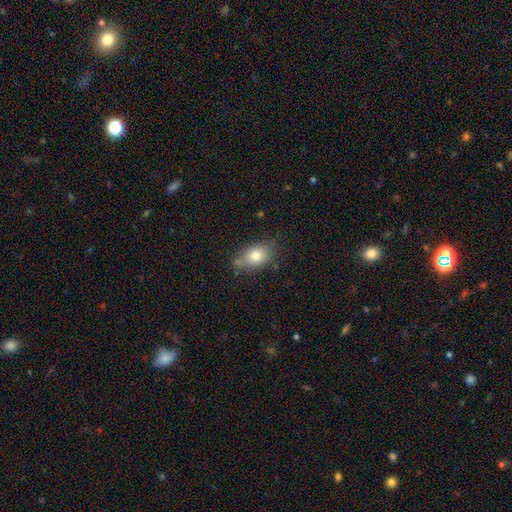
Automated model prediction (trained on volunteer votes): A smooth galaxy with no disk features (78%) that is in between round and cigar-shaped (80%). Merging: none (67%).